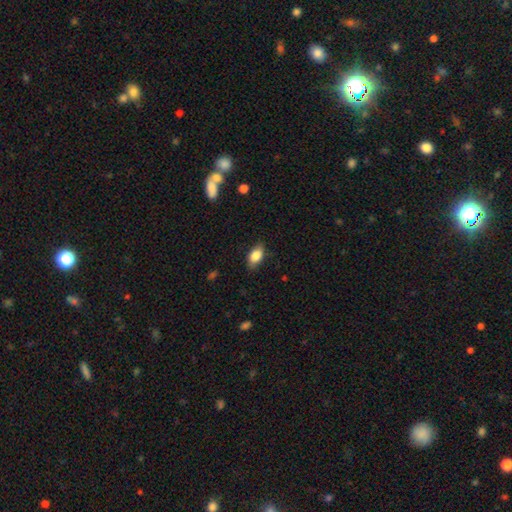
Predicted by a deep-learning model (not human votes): Q: Smooth or featured?
A: smooth (83%); runner-up: featured or disk (10%)
Q: How rounded?
A: in between (88%); runner-up: round (8%)
Q: Merging?
A: none (81%); runner-up: minor disturbance (15%)